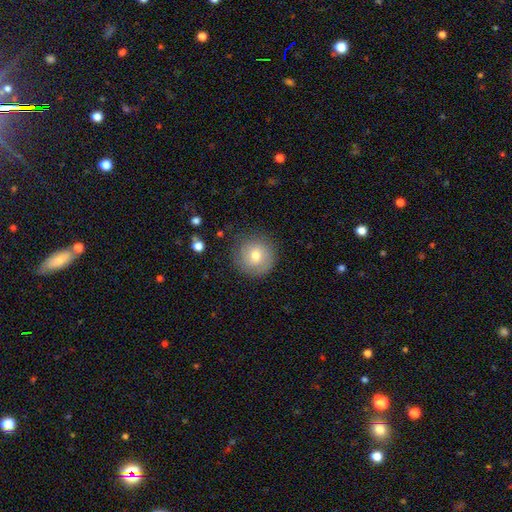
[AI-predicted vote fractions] Smooth or featured?
  - smooth: 72% *
  - featured or disk: 18%
  - star or artifact: 10%
How rounded?
  - round: 94% *
  - in between: 5%
  - cigar-shaped: 1%
Merging?
  - none: 82% *
  - minor disturbance: 12%
  - major disturbance: 4%
  - merger: 1%